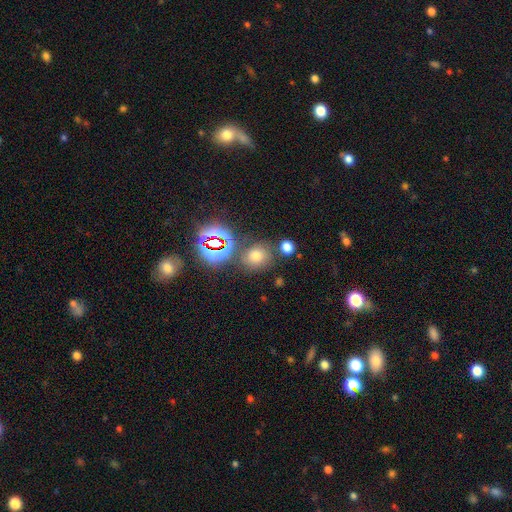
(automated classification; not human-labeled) Morphology: type=smooth (62%); roundness=round (76%); merging=none (74%).